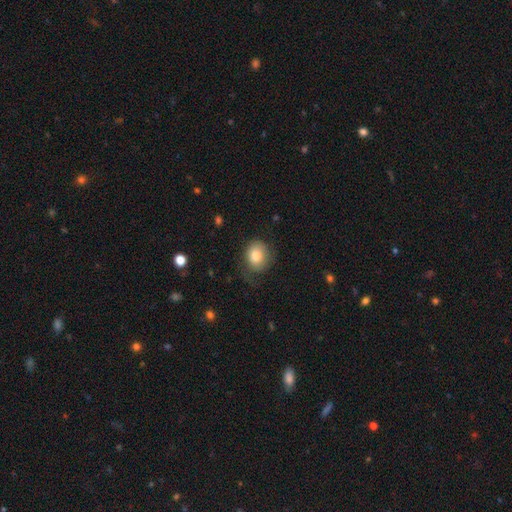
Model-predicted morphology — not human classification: Smooth or featured: smooth — 79% (featured or disk — 13%)
How rounded: round — 62% (in between — 37%)
Merging: none — 62% (minor disturbance — 24%)